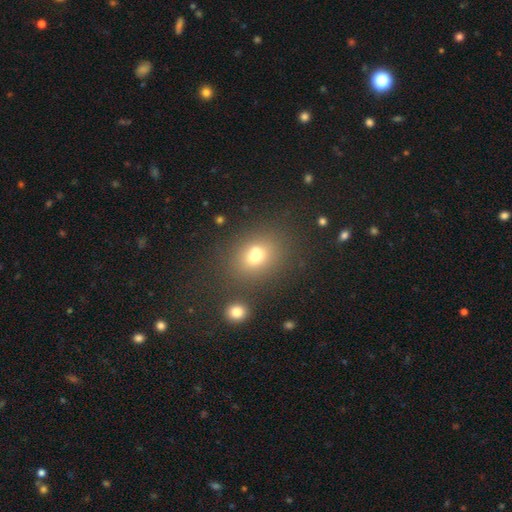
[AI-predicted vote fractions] Morphology: type=smooth (70%); roundness=round (51%); merging=none (63%).